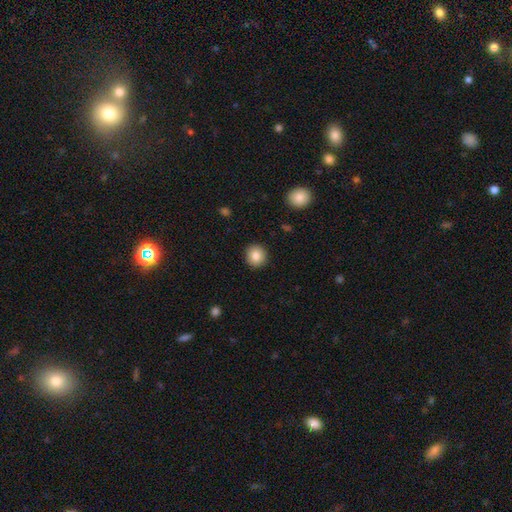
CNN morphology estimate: Smooth or featured? smooth (86%)
How rounded? round (90%)
Merging? none (92%)